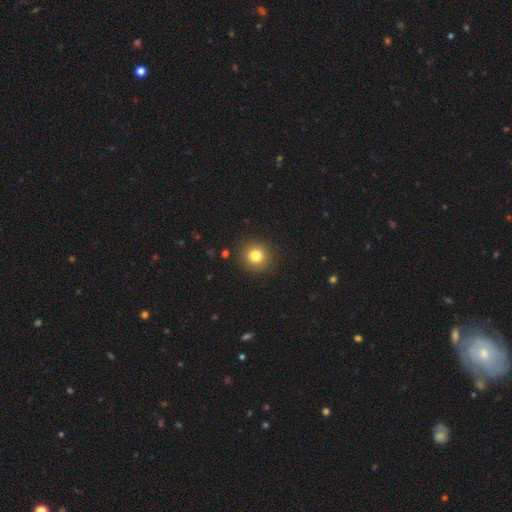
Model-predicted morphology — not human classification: Smooth or featured?
  - smooth: 81% *
  - star or artifact: 12%
  - featured or disk: 7%
How rounded?
  - round: 93% *
  - in between: 6%
  - cigar-shaped: 1%
Merging?
  - none: 90% *
  - minor disturbance: 6%
  - major disturbance: 2%
  - merger: 1%